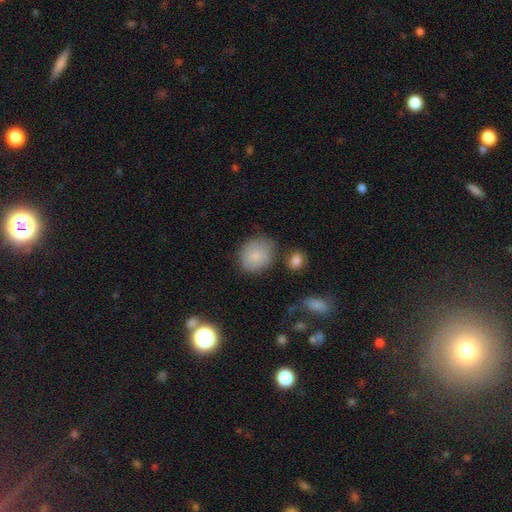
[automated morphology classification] This is clearly a smooth galaxy (82%). How rounded: likely round (72%). Merging: likely none (71%).